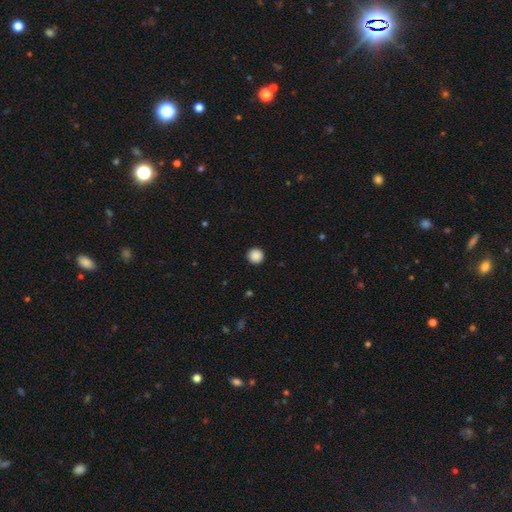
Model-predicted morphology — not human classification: type=smooth (89%); roundness=round (95%); merging=none (93%).